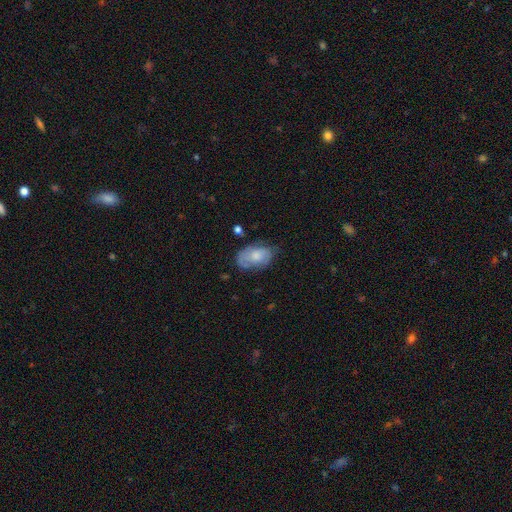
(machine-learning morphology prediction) smooth-or-featured: smooth: 57% | featured or disk: 36% | star or artifact: 7%
  how-rounded: in between: 90% | round: 8% | cigar-shaped: 2%
  merging: none: 55% | minor disturbance: 31% | major disturbance: 12% | merger: 3%